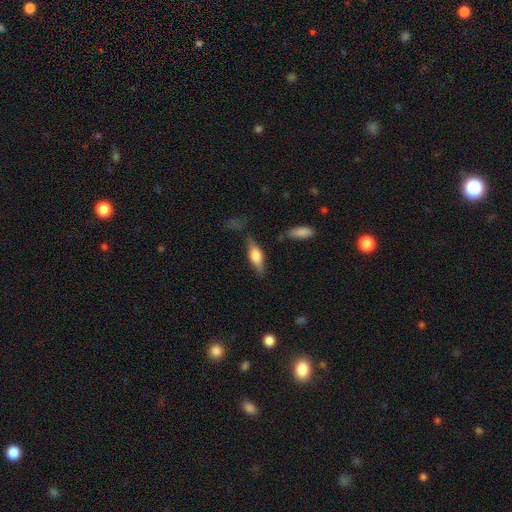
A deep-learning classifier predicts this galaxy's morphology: A smooth galaxy with no disk features (52%) that is in between round and cigar-shaped (52%). Merging: none (74%).